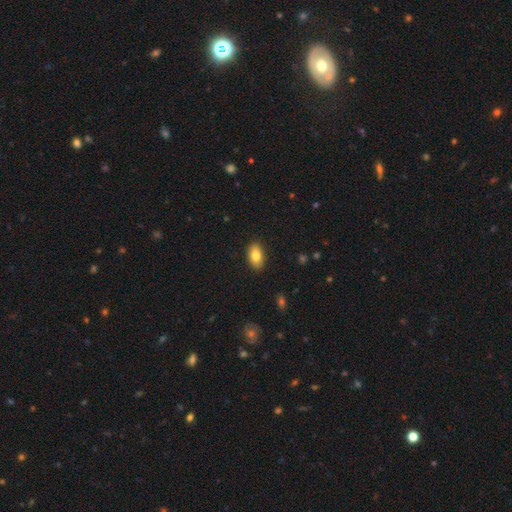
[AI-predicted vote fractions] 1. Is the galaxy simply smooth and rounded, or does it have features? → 82% smooth, 11% featured or disk, 7% star or artifact.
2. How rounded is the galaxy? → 92% in between, 5% round, 3% cigar-shaped.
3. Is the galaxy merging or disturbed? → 89% none, 8% minor disturbance, 2% major disturbance, 1% merger.